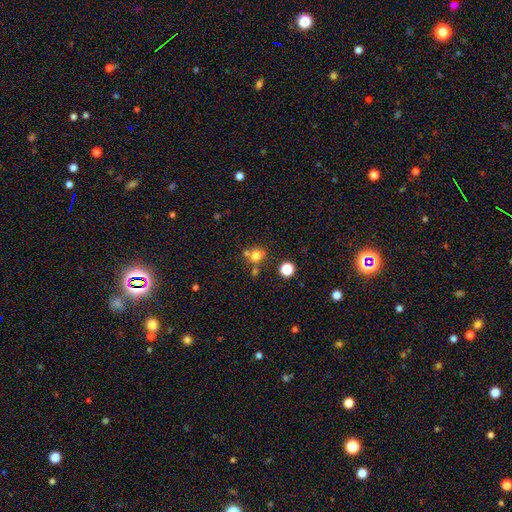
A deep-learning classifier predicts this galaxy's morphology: A smooth galaxy with no disk features (73%) that is round (79%). Merging: none (58%).